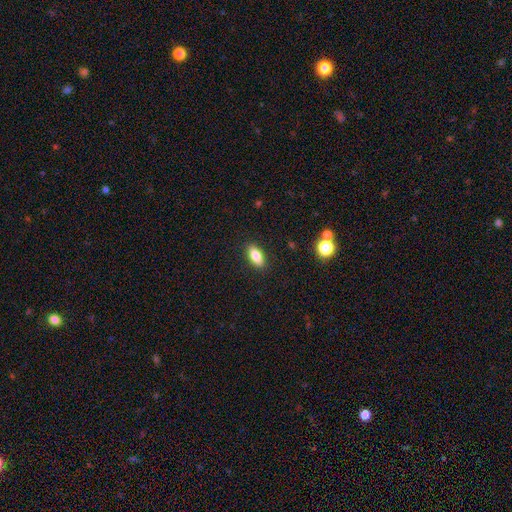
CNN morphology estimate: smooth 78%, featured or disk 14%, star or artifact 8%. Down the decision tree: how rounded — in between (78%); merging — none (89%).